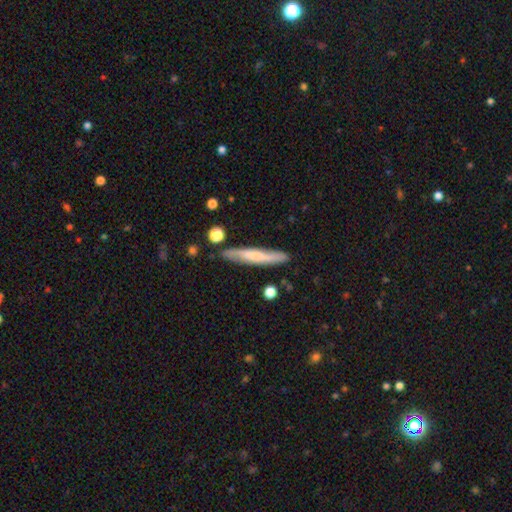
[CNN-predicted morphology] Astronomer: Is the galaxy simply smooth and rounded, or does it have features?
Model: smooth — 59% (runner-up: featured or disk, 35%).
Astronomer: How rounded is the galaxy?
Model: cigar-shaped — 93%.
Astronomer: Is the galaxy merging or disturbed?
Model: none — 84%.